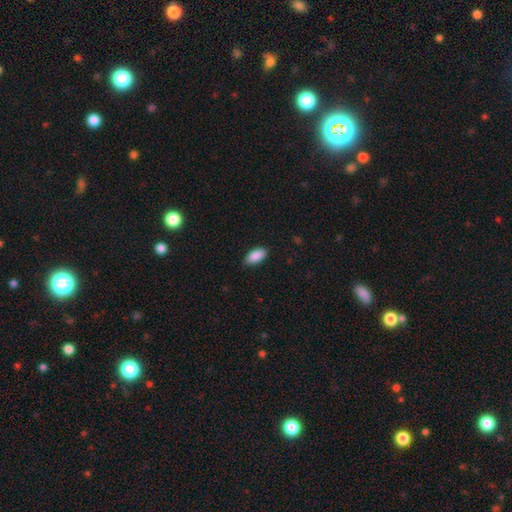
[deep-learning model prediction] smooth-or-featured: smooth: 88% | star or artifact: 6% | featured or disk: 5%
  how-rounded: in between: 91% | cigar-shaped: 7% | round: 2%
  merging: none: 83% | minor disturbance: 14% | major disturbance: 2% | merger: 1%